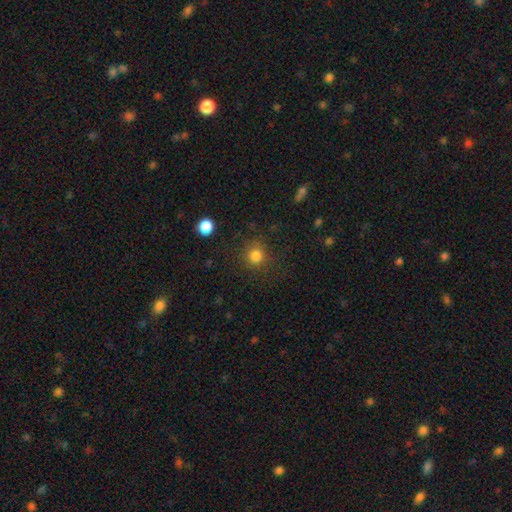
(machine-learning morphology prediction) Smooth or featured: smooth — 83% (star or artifact — 13%)
How rounded: round — 90% (in between — 9%)
Merging: none — 84% (minor disturbance — 10%)